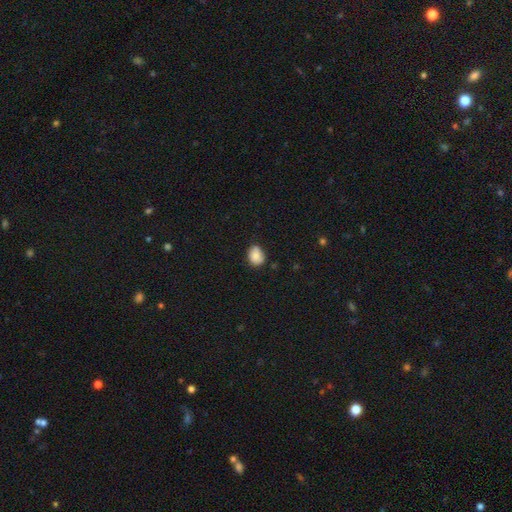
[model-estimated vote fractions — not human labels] The model was most divided on "how rounded": in between: 53%, round: 46%, cigar-shaped: 1%. More confident: smooth or featured — smooth (81%); merging — none (70%).